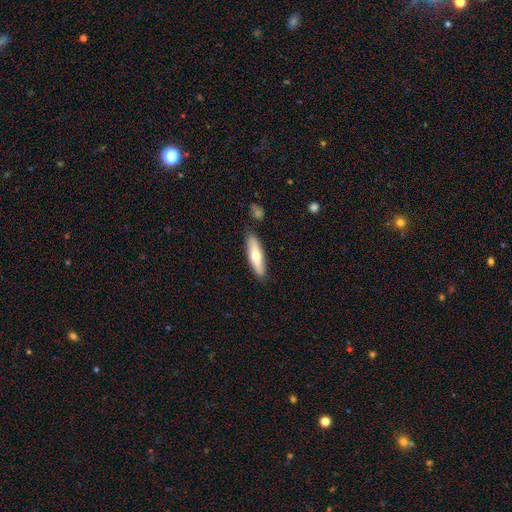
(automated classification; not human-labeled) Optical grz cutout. It shows a smooth galaxy with no disk features (60%) that is cigar-shaped (64%). Merging: none (85%).